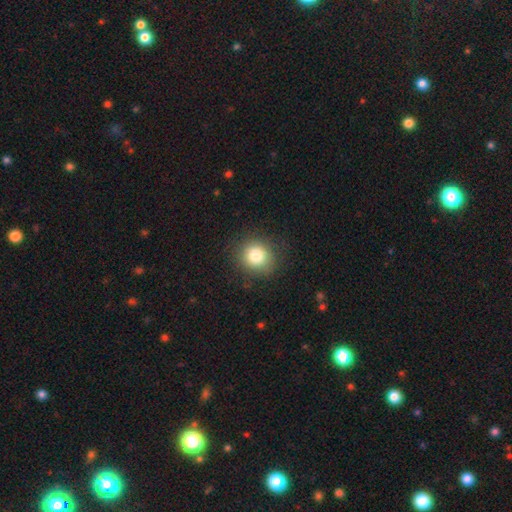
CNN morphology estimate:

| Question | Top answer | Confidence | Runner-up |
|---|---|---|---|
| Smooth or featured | smooth | 81% | star or artifact (11%) |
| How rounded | round | 86% | in between (13%) |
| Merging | none | 86% | minor disturbance (9%) |